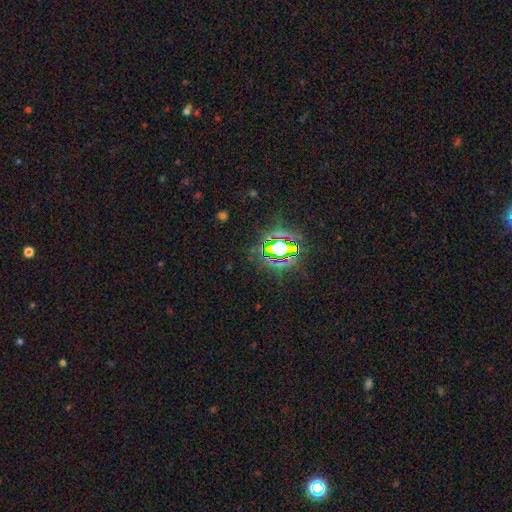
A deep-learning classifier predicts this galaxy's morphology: The model was most divided on "smooth or featured": star or artifact: 81%, smooth: 11%, featured or disk: 9%.